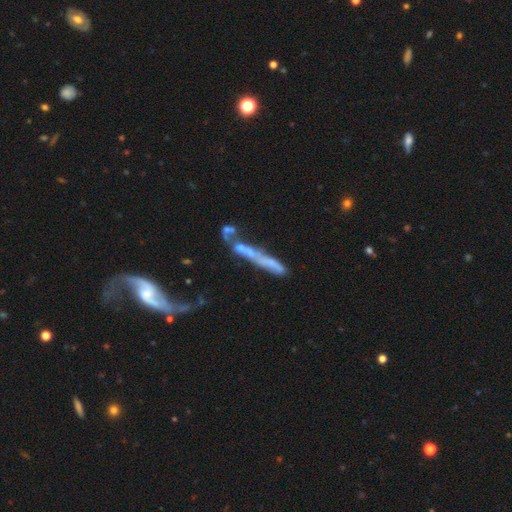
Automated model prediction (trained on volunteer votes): smooth-or-featured: featured or disk: 63% | smooth: 26% | star or artifact: 11%
  disk-edge-on: yes: 53% | no: 47%
  merging: none: 33% | merger: 32% | minor disturbance: 18% | major disturbance: 17%